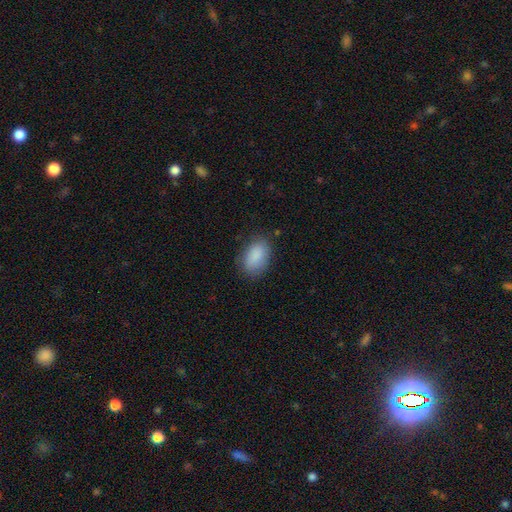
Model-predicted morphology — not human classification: This appears to be a smooth galaxy with no disk features (88%) that is in between round and cigar-shaped (89%). Merging: none (78%).